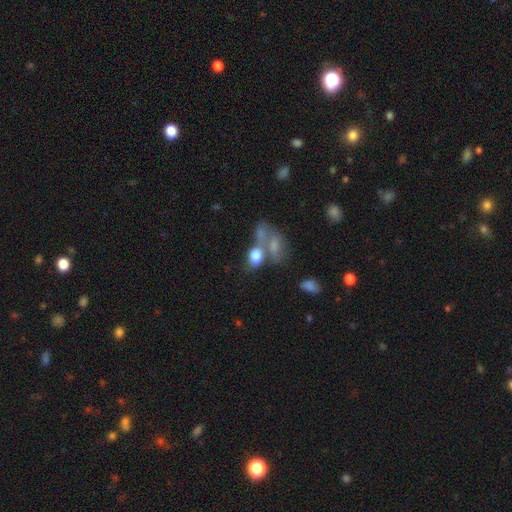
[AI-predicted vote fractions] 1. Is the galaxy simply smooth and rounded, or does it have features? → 75% smooth, 15% featured or disk, 10% star or artifact.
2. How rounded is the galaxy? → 76% in between, 22% round, 3% cigar-shaped.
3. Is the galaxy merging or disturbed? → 48% merger, 29% none, 12% minor disturbance, 11% major disturbance.